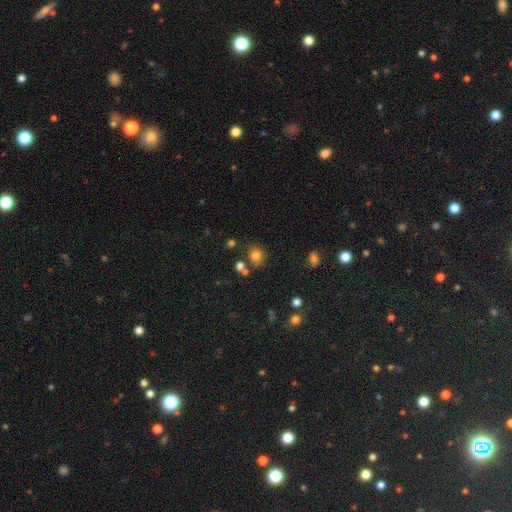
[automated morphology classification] Smooth or featured: smooth — 78% (star or artifact — 14%)
How rounded: round — 73% (in between — 26%)
Merging: none — 73% (minor disturbance — 12%)